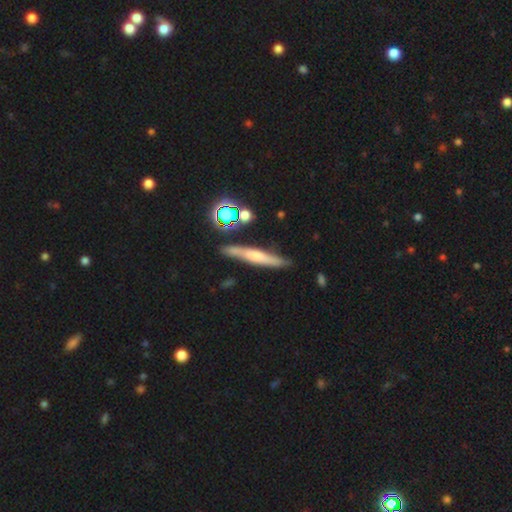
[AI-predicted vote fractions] Q: Smooth or featured?
A: featured or disk (45%); runner-up: smooth (42%)
Q: Merging?
A: none (81%); runner-up: minor disturbance (12%)